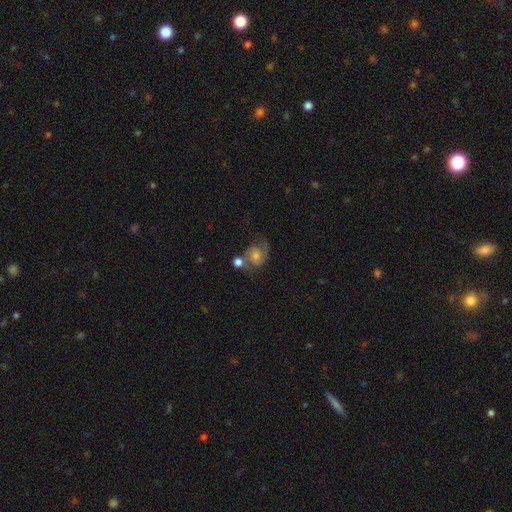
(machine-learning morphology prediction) The model was most divided on "bulge size": small: 47%, moderate: 42%, none: 5%, large: 4%, dominant: 2%. Remaining: edge-on disk — no (98%); spiral arms — yes (92%); spiral arm count — 2 (83%); smooth or featured — featured or disk (68%); bar — no (67%); merging — none (55%); spiral winding — medium (49%).